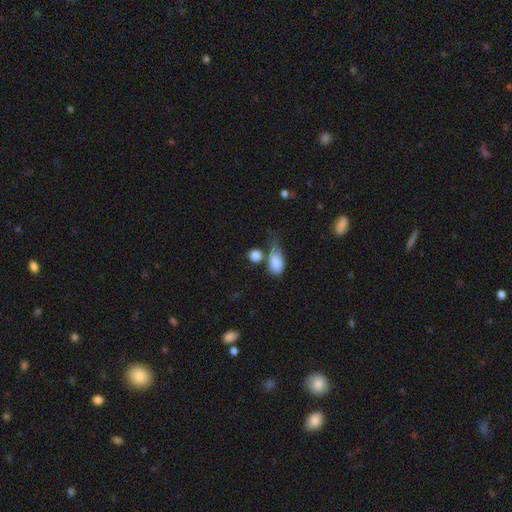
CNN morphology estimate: Overall: smooth (84%). How rounded: round (65%; in between 32%). Merging: none (50%; merger 23%).